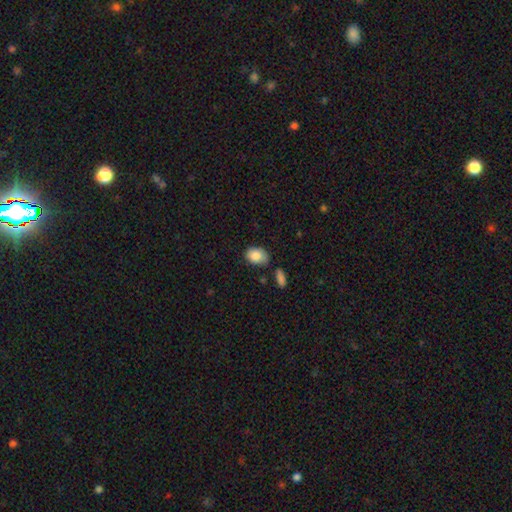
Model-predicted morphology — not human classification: Smooth or featured? smooth (86%)
How rounded? in between (79%)
Merging? none (63%)